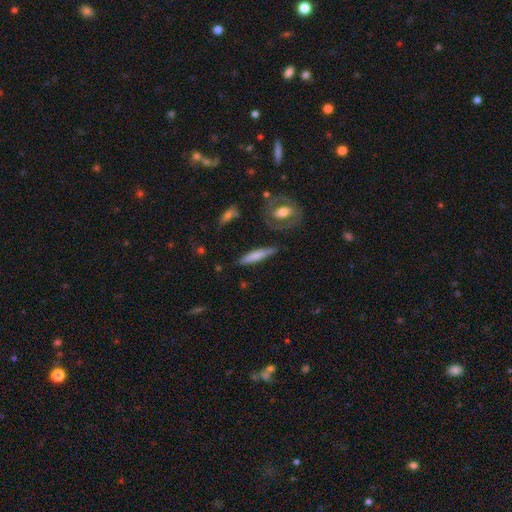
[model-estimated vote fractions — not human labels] A smooth galaxy with no disk features (68%) that is cigar-shaped (87%). Merging: none (82%).